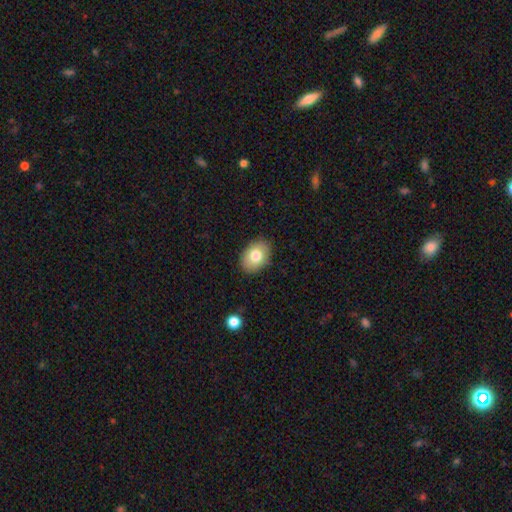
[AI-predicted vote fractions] smooth 79%, featured or disk 13%, star or artifact 8%. Down the decision tree: how rounded — in between (78%); merging — none (87%).